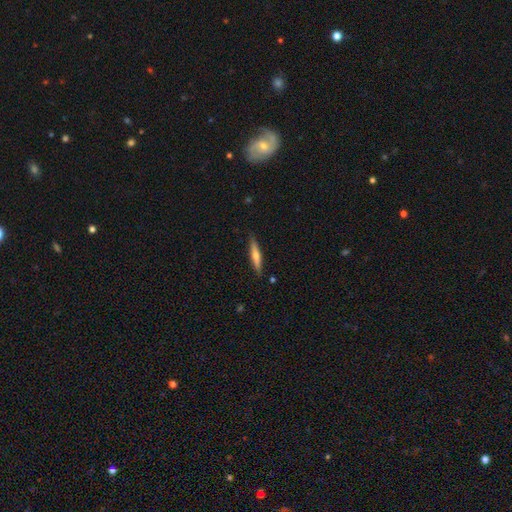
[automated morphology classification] smooth_or_featured: smooth (p=0.48) [alt: featured or disk p=0.46]
merging: none (p=0.88) [alt: minor disturbance p=0.09]